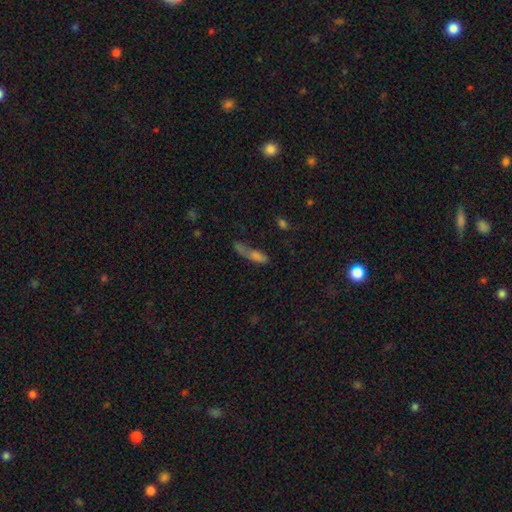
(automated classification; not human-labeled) A smooth galaxy with no disk features (59%) that is cigar-shaped (54%). Merging: none (35%).